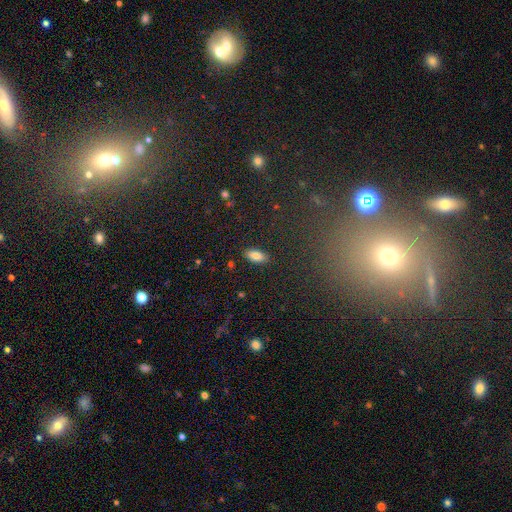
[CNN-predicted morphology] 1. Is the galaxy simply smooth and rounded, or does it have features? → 84% smooth, 9% star or artifact, 7% featured or disk.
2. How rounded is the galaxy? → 90% in between, 8% cigar-shaped, 3% round.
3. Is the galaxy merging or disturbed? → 88% none, 8% minor disturbance, 2% major disturbance, 1% merger.